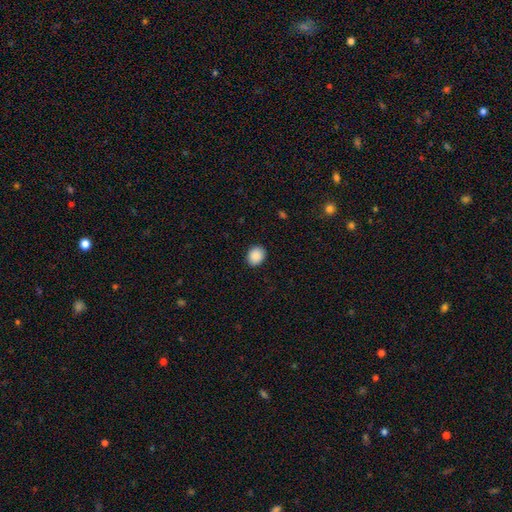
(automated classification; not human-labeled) Overall: smooth (90%). How rounded: round (58%; in between 41%). Merging: none (90%).